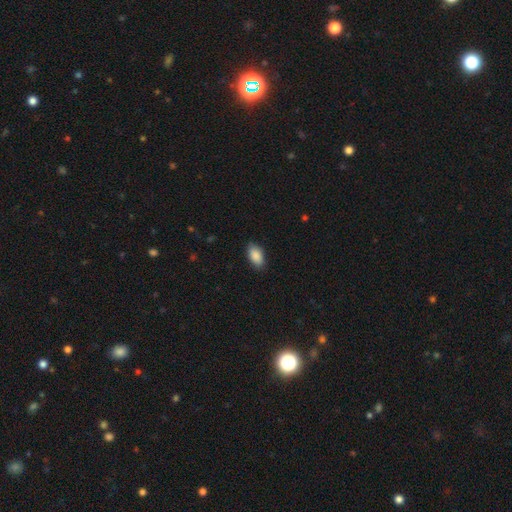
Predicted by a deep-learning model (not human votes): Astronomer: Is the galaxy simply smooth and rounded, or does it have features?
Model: smooth — 89%.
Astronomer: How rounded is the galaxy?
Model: in between — 94%.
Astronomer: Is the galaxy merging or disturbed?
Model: none — 86%.